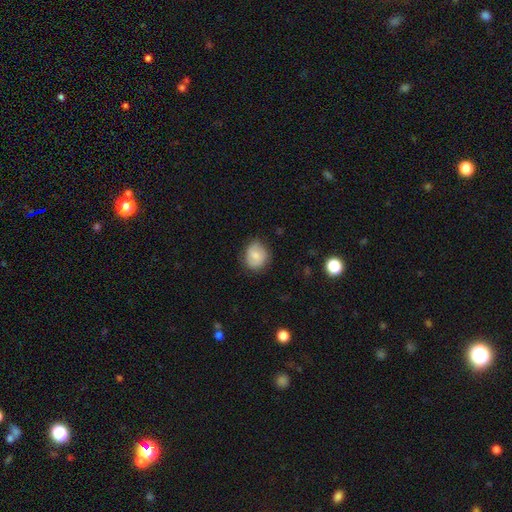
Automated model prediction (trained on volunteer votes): Smooth or featured? Predicted: smooth (p=0.71). How rounded? Predicted: round (p=0.64). Merging? Predicted: none (p=0.73).